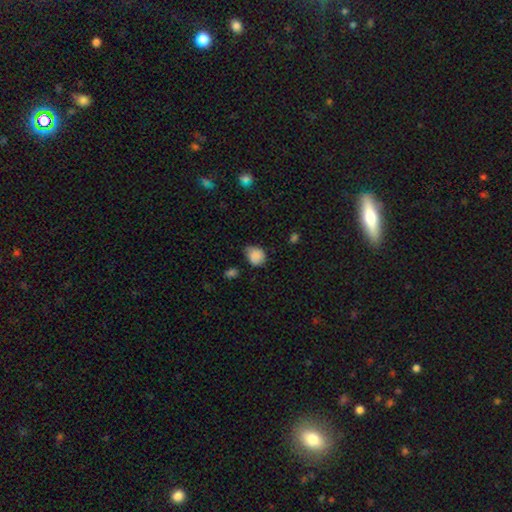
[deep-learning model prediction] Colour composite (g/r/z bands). It shows a smooth galaxy with no disk features (85%) that is round (64%). Merging: none (51%).